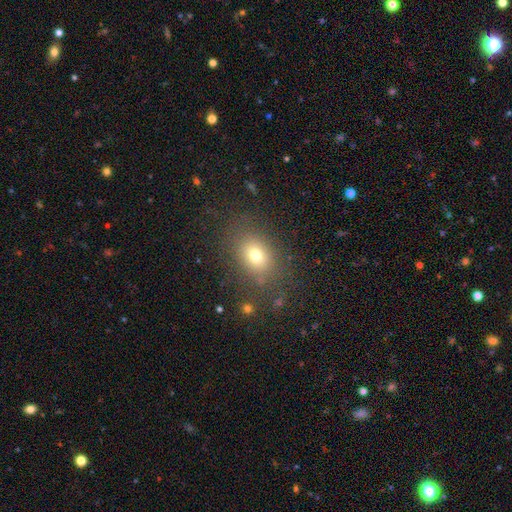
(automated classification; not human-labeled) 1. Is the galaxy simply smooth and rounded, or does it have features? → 73% smooth, 15% star or artifact, 12% featured or disk.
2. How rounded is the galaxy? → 64% in between, 34% round, 1% cigar-shaped.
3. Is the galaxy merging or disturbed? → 78% none, 13% minor disturbance, 7% major disturbance, 2% merger.